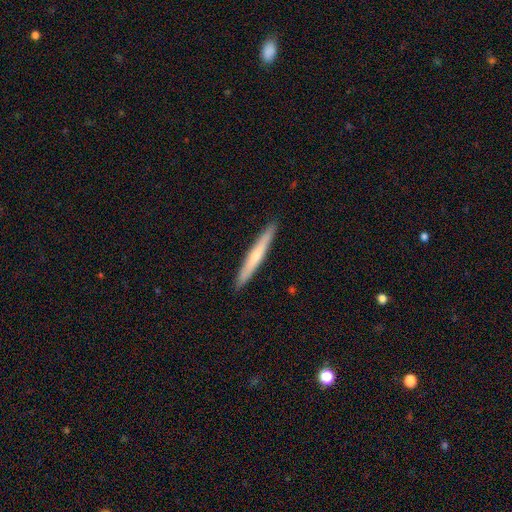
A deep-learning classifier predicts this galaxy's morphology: smooth 50%, featured or disk 45%, star or artifact 5%. Down the decision tree: how rounded — cigar-shaped (97%); merging — none (93%).